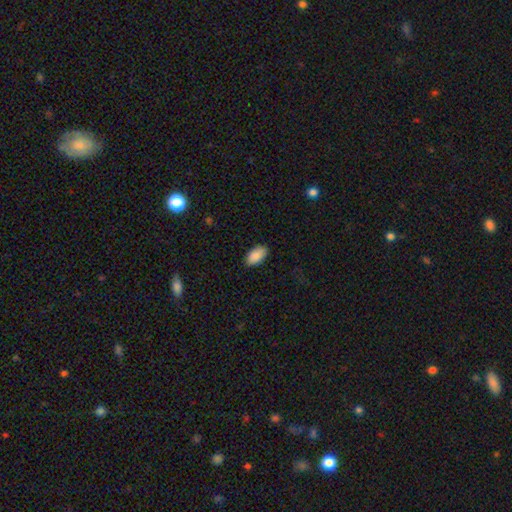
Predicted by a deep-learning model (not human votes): Smooth or featured: smooth — 89% (star or artifact — 7%)
How rounded: in between — 95% (round — 3%)
Merging: none — 86% (minor disturbance — 11%)